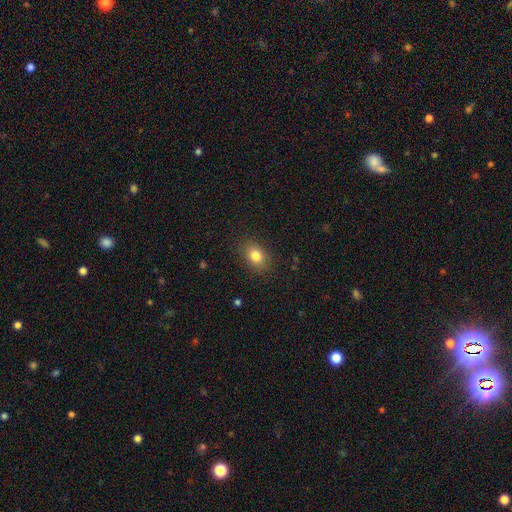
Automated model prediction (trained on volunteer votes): Overall: smooth (82%). How rounded: in between (70%). Merging: none (86%).